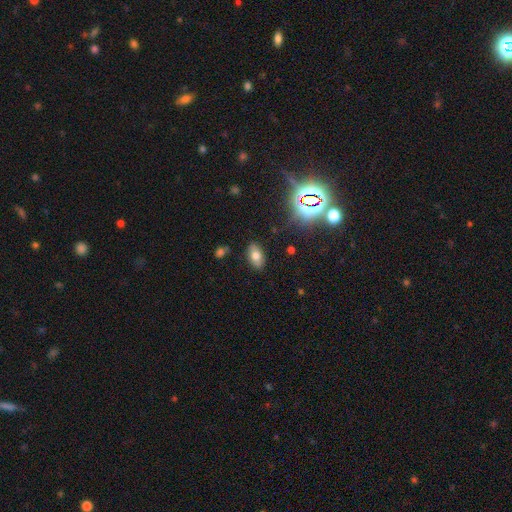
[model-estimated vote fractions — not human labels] A smooth galaxy with no disk features (71%) that is in between round and cigar-shaped (92%).

Vote fractions:
- Smooth or featured? smooth: 71% / featured or disk: 15% / star or artifact: 14%
- How rounded? in between: 92% / round: 6% / cigar-shaped: 2%
- Merging? none: 85% / minor disturbance: 10% / major disturbance: 3% / merger: 2%